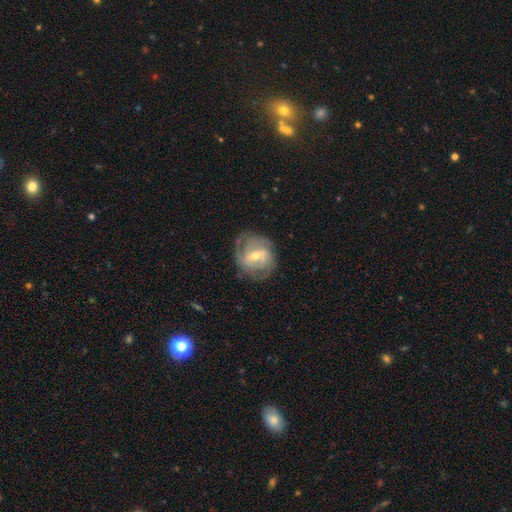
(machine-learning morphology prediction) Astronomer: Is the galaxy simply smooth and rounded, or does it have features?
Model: featured or disk — 79%.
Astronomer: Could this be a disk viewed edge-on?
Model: no — 97%.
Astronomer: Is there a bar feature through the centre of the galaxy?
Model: weak — 51% (runner-up: no, 27%).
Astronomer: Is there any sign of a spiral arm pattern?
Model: yes — 89%.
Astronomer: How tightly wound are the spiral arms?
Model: tight — 50% (runner-up: medium, 37%).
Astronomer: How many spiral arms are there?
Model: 2 — 45% (runner-up: can't tell, 26%).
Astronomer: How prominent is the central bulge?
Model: moderate — 60% (runner-up: small, 36%).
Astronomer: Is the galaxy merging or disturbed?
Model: none — 73%.